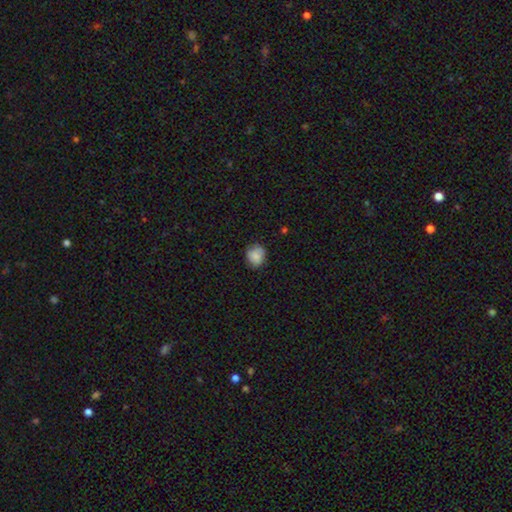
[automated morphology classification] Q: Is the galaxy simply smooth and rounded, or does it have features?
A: smooth — 83%.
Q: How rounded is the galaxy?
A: round — 69%.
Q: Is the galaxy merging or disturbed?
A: none — 76%.